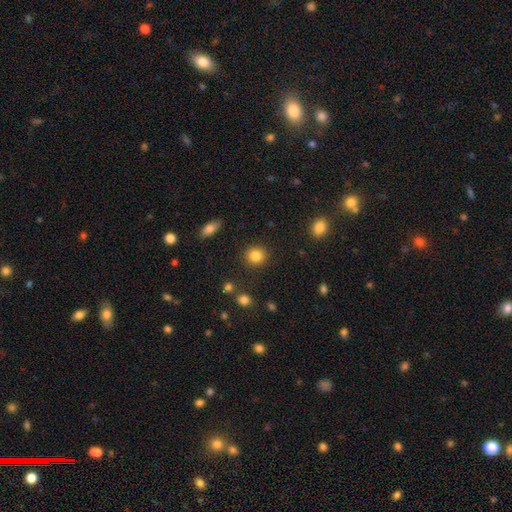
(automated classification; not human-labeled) Smooth or featured? Predicted: smooth (p=0.85). How rounded? Predicted: round (p=0.85). Merging? Predicted: none (p=0.89).